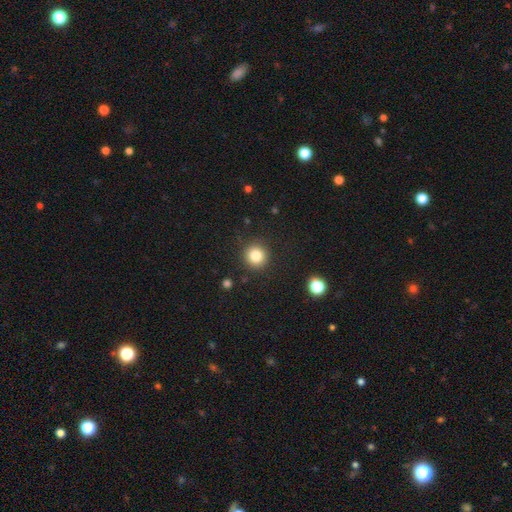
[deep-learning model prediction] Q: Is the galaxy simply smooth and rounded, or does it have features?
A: smooth — 83%.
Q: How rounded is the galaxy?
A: round — 93%.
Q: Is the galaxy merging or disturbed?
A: none — 90%.